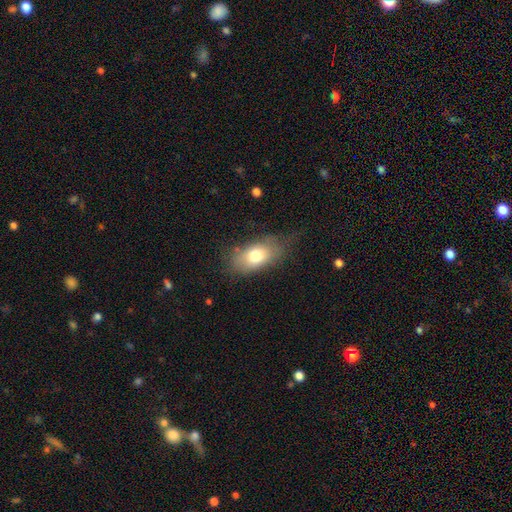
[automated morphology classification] This is likely a smooth galaxy (75%). How rounded: clearly in between (89%). Merging: likely none (61%).